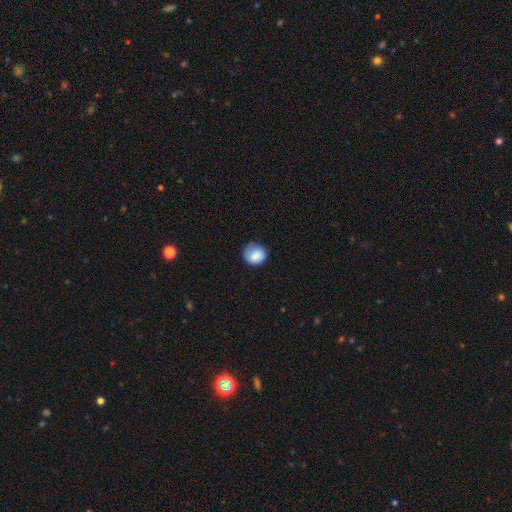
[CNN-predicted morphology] Smooth or featured?
  - smooth: 86% *
  - star or artifact: 7%
  - featured or disk: 6%
How rounded?
  - round: 83% *
  - in between: 16%
  - cigar-shaped: 1%
Merging?
  - none: 71% *
  - minor disturbance: 22%
  - major disturbance: 5%
  - merger: 1%